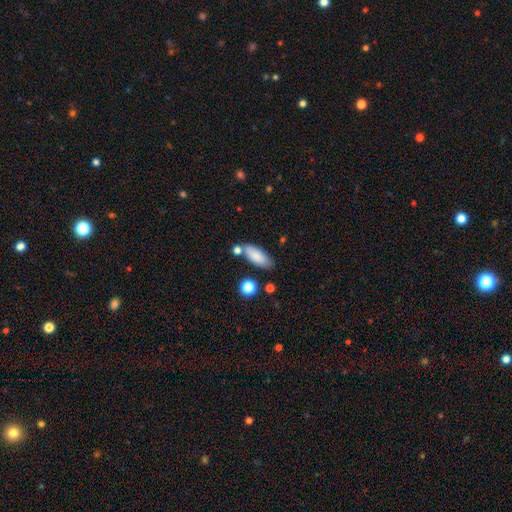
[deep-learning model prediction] Overall: smooth (84%). How rounded: in between (77%). Merging: none (69%).